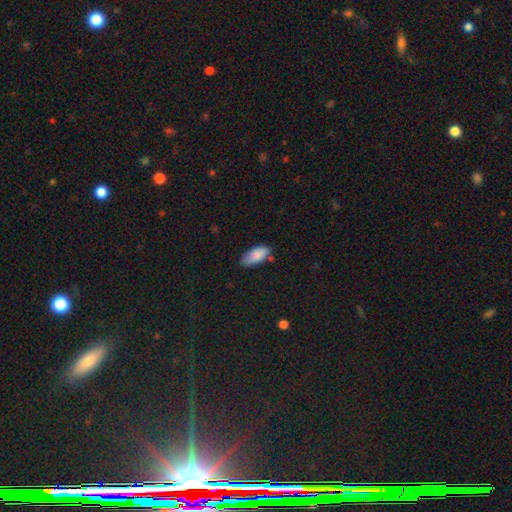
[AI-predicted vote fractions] Smooth or featured?
  - smooth: 86% *
  - featured or disk: 8%
  - star or artifact: 7%
How rounded?
  - in between: 88% *
  - cigar-shaped: 10%
  - round: 2%
Merging?
  - none: 72% *
  - minor disturbance: 21%
  - major disturbance: 4%
  - merger: 3%